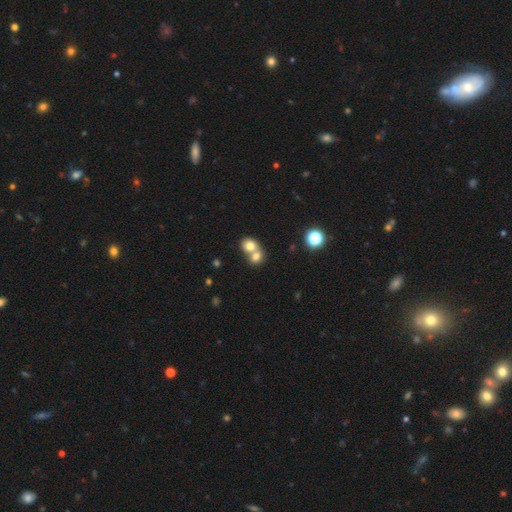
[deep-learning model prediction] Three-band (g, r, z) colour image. It shows a smooth galaxy with no disk features (69%) that is round (69%). Merging: merger (61%).